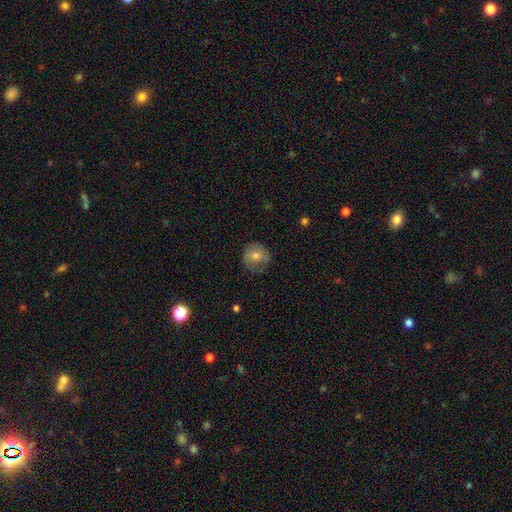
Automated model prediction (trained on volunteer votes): Q: Smooth or featured?
A: smooth (65%); runner-up: featured or disk (25%)
Q: How rounded?
A: round (89%); runner-up: in between (10%)
Q: Merging?
A: none (74%); runner-up: minor disturbance (19%)